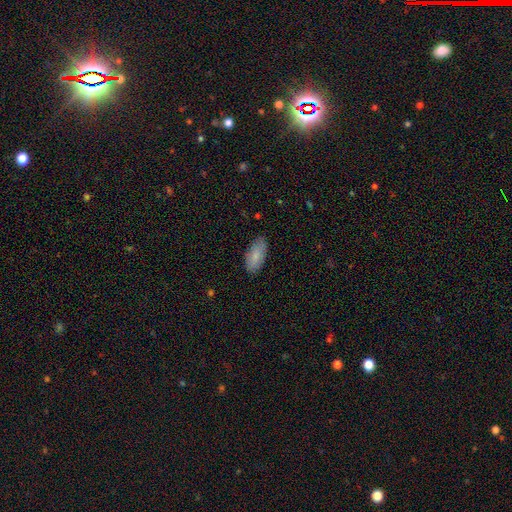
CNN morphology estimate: type=smooth (82%); roundness=in between (91%); merging=none (81%).